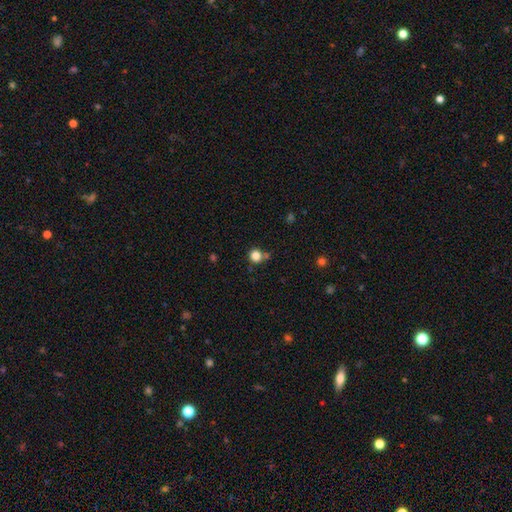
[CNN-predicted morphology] smooth-or-featured: smooth: 82% | star or artifact: 13% | featured or disk: 5%
  how-rounded: round: 92% | in between: 7% | cigar-shaped: 1%
  merging: none: 72% | merger: 13% | minor disturbance: 11% | major disturbance: 4%